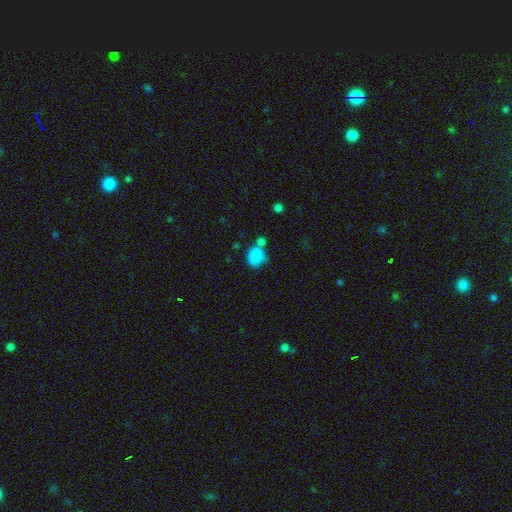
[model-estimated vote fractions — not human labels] The model was most divided on "merging": none: 59%, merger: 20%, minor disturbance: 16%, major disturbance: 6%. More confident: smooth or featured — smooth (86%); how rounded — round (71%).